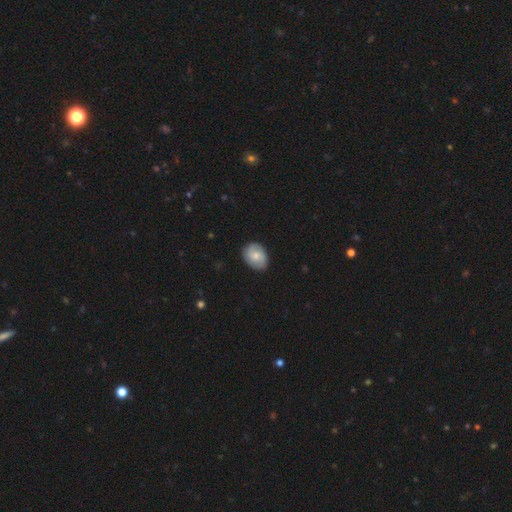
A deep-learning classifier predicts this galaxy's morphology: Smooth or featured: featured or disk — 53% (smooth — 41%)
Edge-on disk: no — 97% (yes — 3%)
Bar: no — 60% (weak — 35%)
Spiral arms: yes — 89% (no — 11%)
Bulge size: moderate — 47% (small — 44%)
Merging: none — 85% (minor disturbance — 12%)